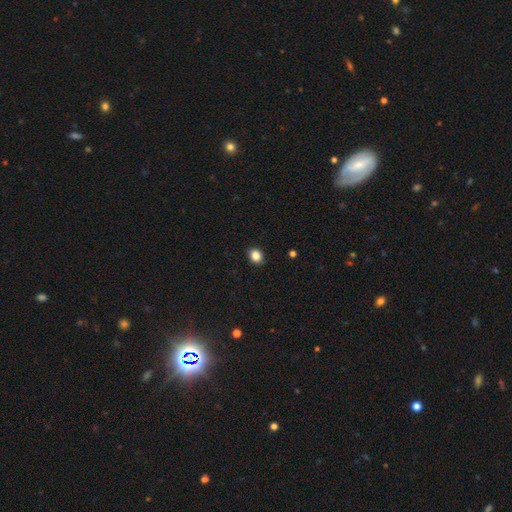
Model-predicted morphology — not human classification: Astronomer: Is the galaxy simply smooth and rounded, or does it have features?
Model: smooth — 86%.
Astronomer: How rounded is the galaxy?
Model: round — 55% (runner-up: in between, 44%).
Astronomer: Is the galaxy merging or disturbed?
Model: none — 89%.